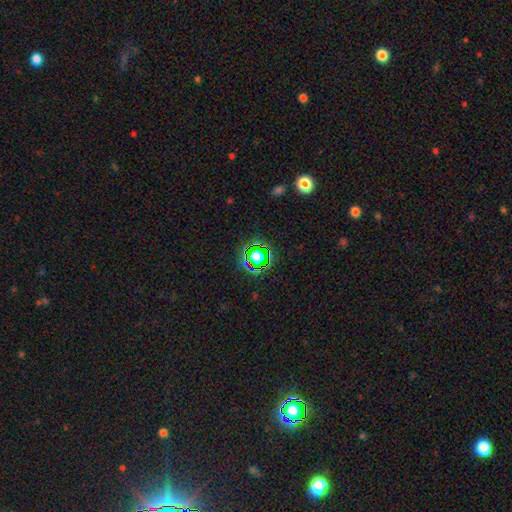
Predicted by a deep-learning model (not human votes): Smooth or featured?
  - star or artifact: 62% *
  - smooth: 26%
  - featured or disk: 12%